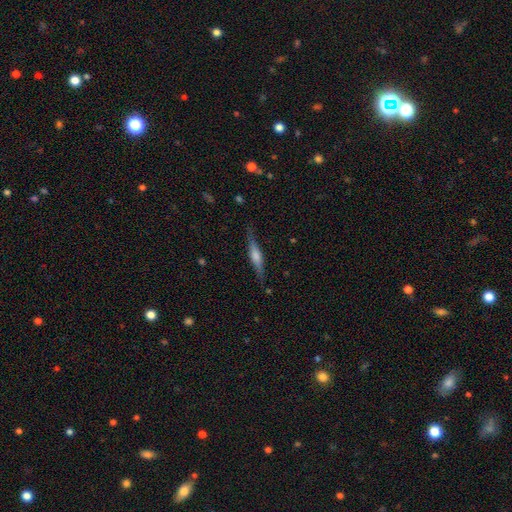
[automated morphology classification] Smooth or featured? Predicted: featured or disk (p=0.58). Edge-on disk? Predicted: yes (p=0.96). Edge-on bulge? Predicted: rounded (p=0.70). Merging? Predicted: none (p=0.83).